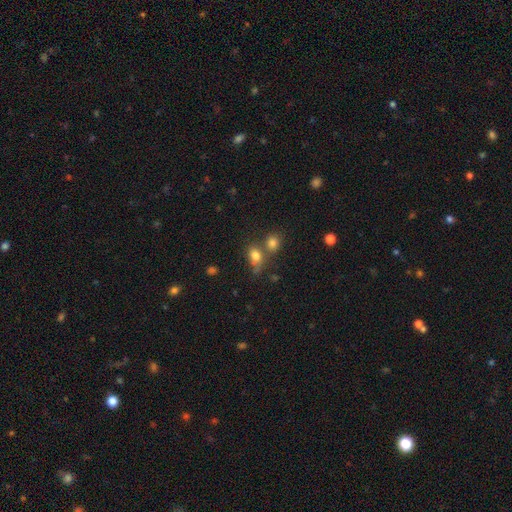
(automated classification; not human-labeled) This appears to be a smooth galaxy with no disk features (79%) that is in between round and cigar-shaped (64%). Merging: none (45%).